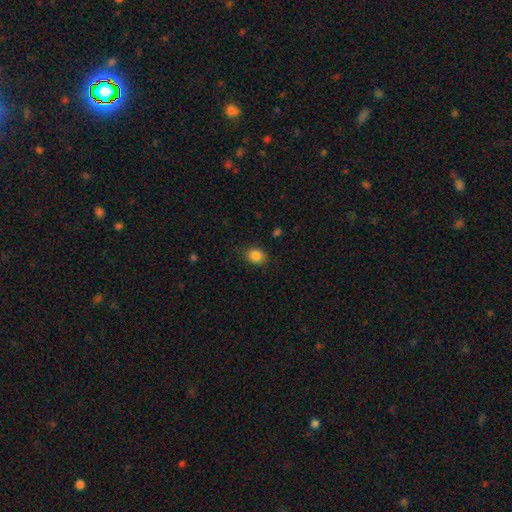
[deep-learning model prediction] The model was most divided on "how rounded": in between: 51%, round: 48%, cigar-shaped: 1%. More confident: smooth or featured — smooth (86%); merging — none (85%).